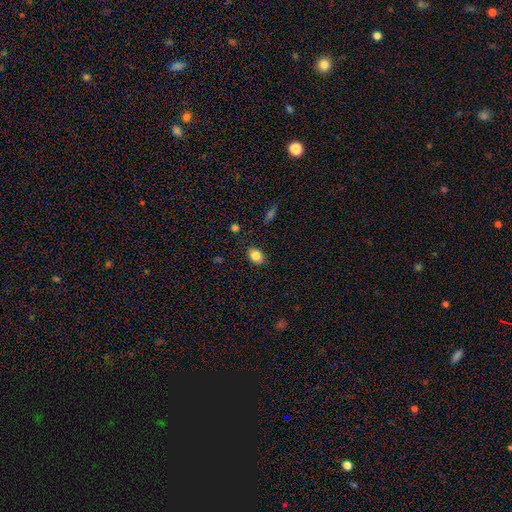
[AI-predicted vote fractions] This is clearly a smooth galaxy (84%). How rounded: likely in between (74%). Merging: clearly none (86%).